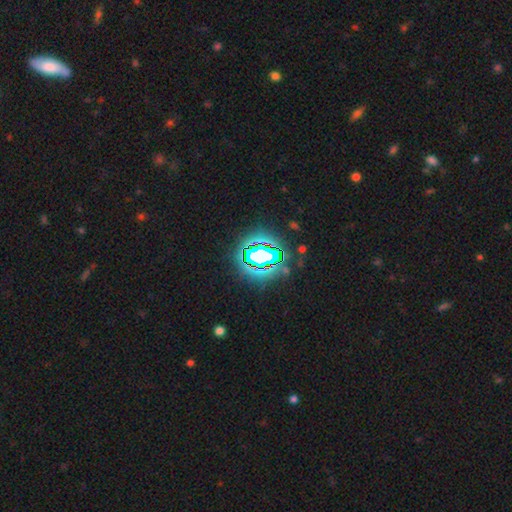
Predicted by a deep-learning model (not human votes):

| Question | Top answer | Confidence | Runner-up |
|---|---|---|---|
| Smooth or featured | star or artifact | 66% | smooth (20%) |